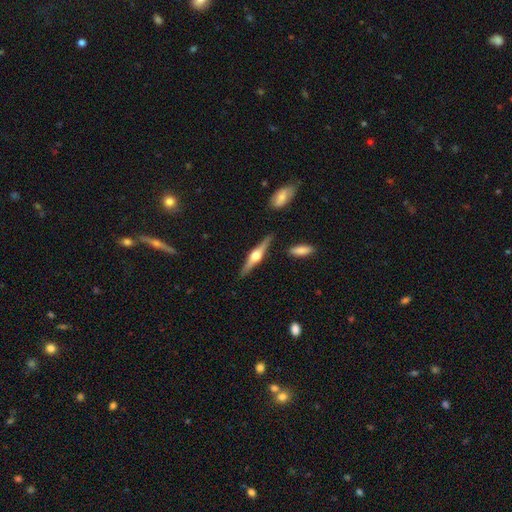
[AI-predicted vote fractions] featured or disk 73%, smooth 21%, star or artifact 5%. Down the decision tree: edge-on disk — yes (97%); edge-on bulge — rounded (93%); merging — none (87%).